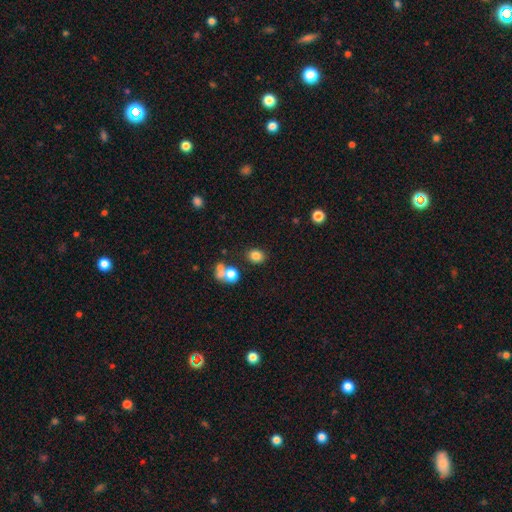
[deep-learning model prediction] Smooth or featured: smooth — 80% (star or artifact — 13%)
How rounded: round — 62% (in between — 37%)
Merging: none — 78% (minor disturbance — 9%)